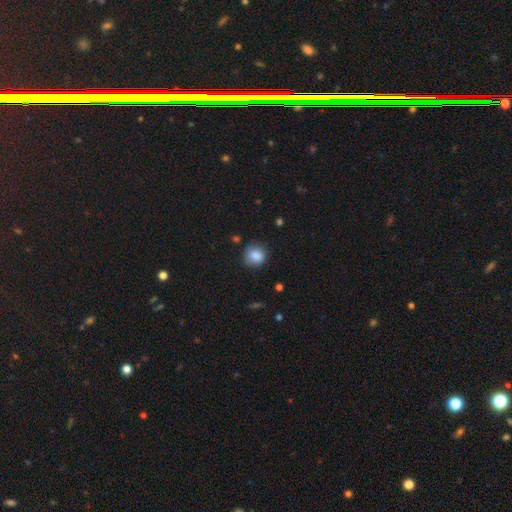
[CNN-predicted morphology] Smooth or featured? Predicted: smooth (p=0.85). How rounded? Predicted: round (p=0.81). Merging? Predicted: none (p=0.75).